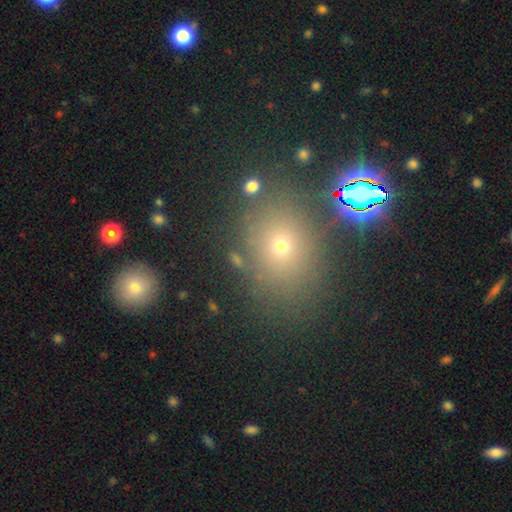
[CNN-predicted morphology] This is possibly a smooth galaxy (51%). How rounded: possibly in between (51%). Merging: clearly none (82%).